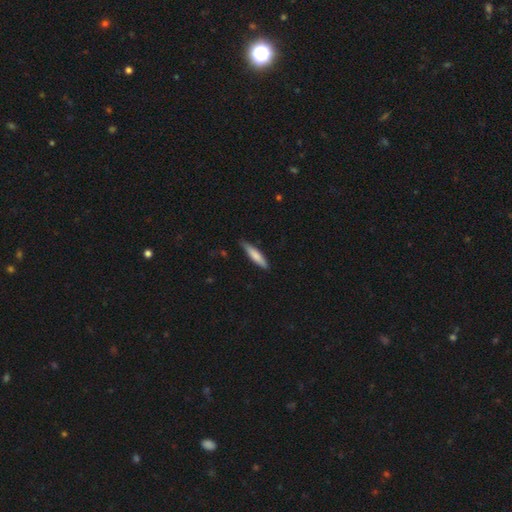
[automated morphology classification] smooth-or-featured: smooth: 76% | featured or disk: 19% | star or artifact: 5%
  how-rounded: cigar-shaped: 85% | in between: 14% | round: 1%
  merging: none: 81% | minor disturbance: 15% | major disturbance: 2% | merger: 1%